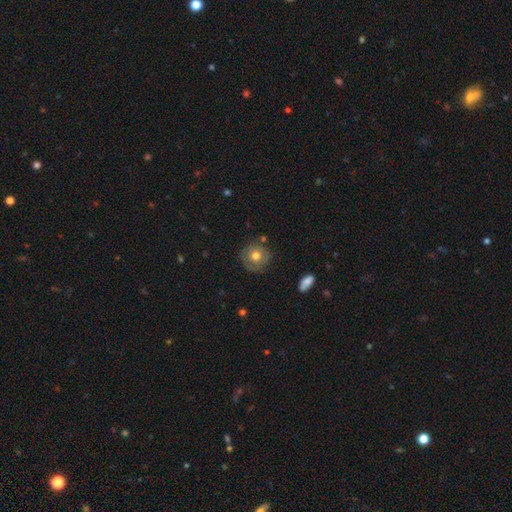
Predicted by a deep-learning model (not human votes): A smooth galaxy with no disk features (60%) that is round (91%). Merging: none (77%).